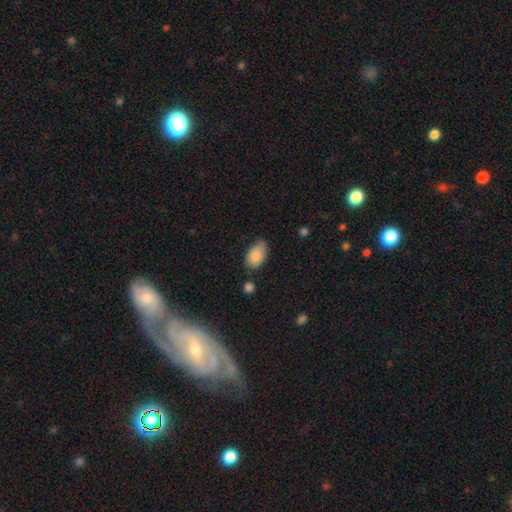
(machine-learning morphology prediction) Smooth or featured? Predicted: smooth (p=0.85). How rounded? Predicted: in between (p=0.92). Merging? Predicted: none (p=0.59).